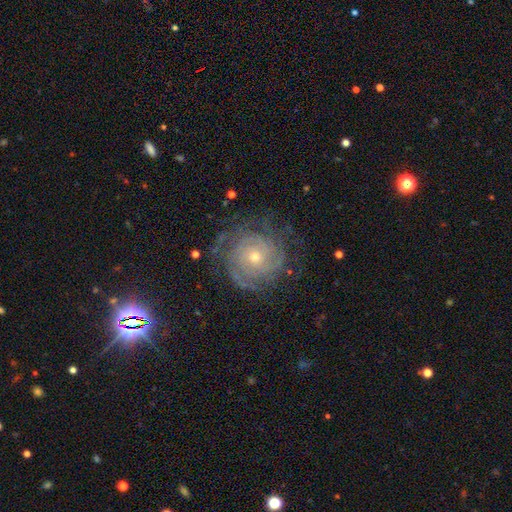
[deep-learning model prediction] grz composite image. It shows a featured or disk galaxy (80%) with no bar (77%), tight (78%) spiral arms (95%) and a small central bulge (53%). Merging: none (78%).